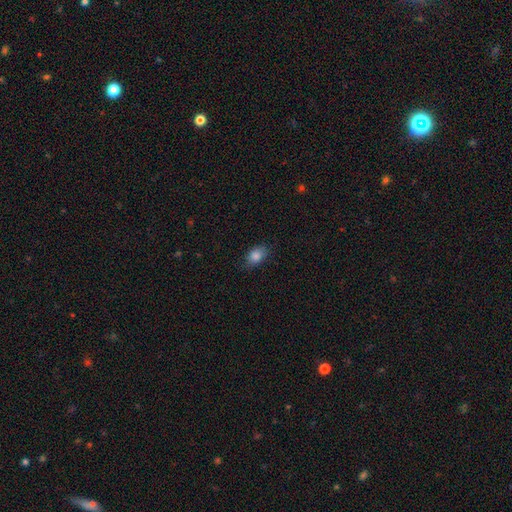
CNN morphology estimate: Smooth or featured?
  - smooth: 85% *
  - star or artifact: 9%
  - featured or disk: 6%
How rounded?
  - in between: 79% *
  - round: 19%
  - cigar-shaped: 2%
Merging?
  - none: 80% *
  - minor disturbance: 16%
  - major disturbance: 3%
  - merger: 1%